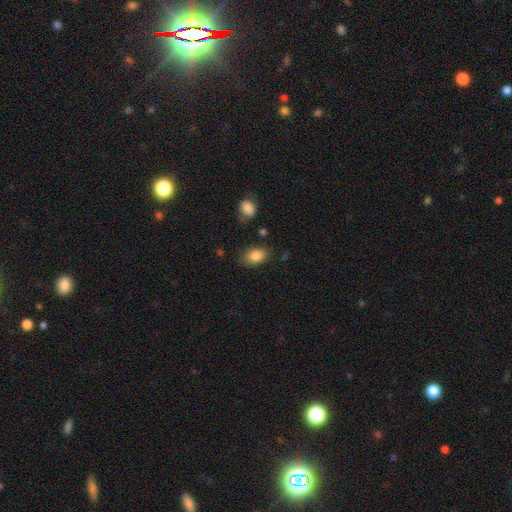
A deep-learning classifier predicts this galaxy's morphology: smooth 84%, star or artifact 8%, featured or disk 8%. Down the decision tree: how rounded — in between (86%); merging — none (79%).